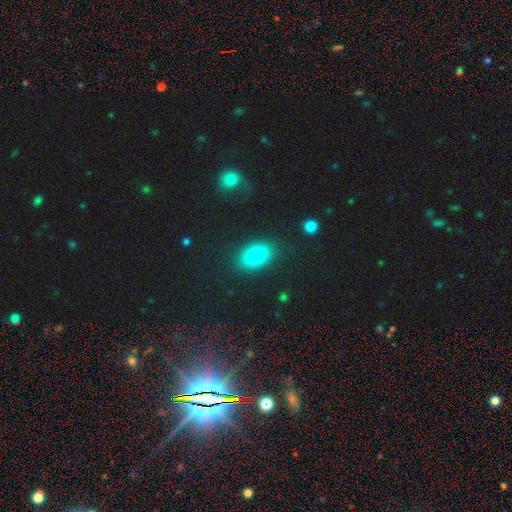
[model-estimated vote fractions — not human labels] Morphology: type=smooth (80%); roundness=in between (87%); merging=none (86%).